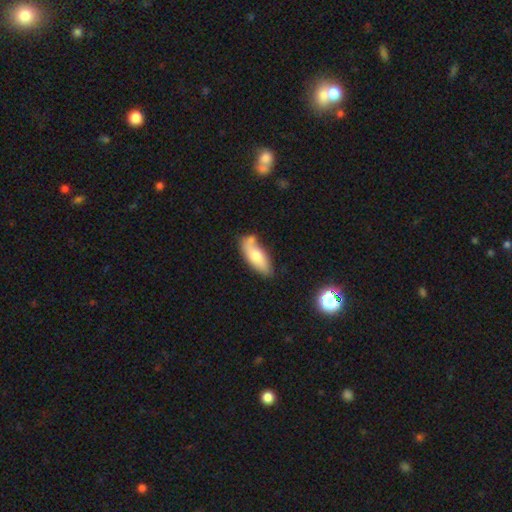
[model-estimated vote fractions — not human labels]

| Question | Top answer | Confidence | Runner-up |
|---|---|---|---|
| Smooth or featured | smooth | 68% | featured or disk (25%) |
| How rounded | in between | 74% | cigar-shaped (23%) |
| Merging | none | 54% | minor disturbance (22%) |